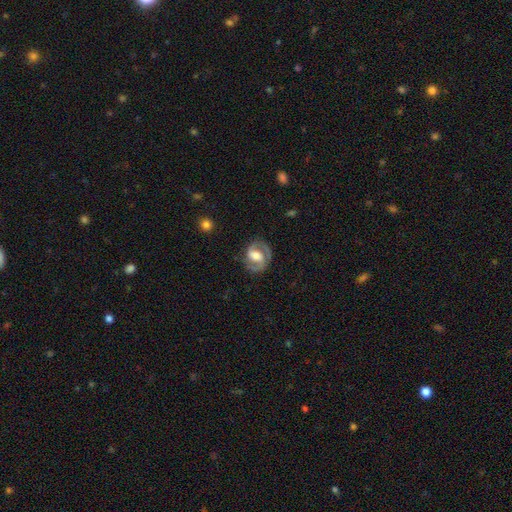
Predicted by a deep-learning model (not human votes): A featured or disk galaxy (77%) with a weak bar (42%), 2 (85%) medium (49%) spiral arms (88%) and a moderate central bulge (49%).

Vote fractions:
- Smooth or featured? featured or disk: 77% / smooth: 18% / star or artifact: 6%
- Edge-on disk? no: 97% / yes: 3%
- Bar? weak: 42% / no: 29% / strong: 29%
- Spiral arms? yes: 88% / no: 12%
- Spiral winding? medium: 49% / tight: 38% / loose: 14%
- Spiral arm count? 2: 85% / can't tell: 6% / 1: 6% / 3: 1% / 4: 1% / more than 4: 1%
- Bulge size? moderate: 49% / large: 31% / small: 14% / none: 3% / dominant: 3%
- Merging? none: 76% / minor disturbance: 15% / major disturbance: 8% / merger: 1%